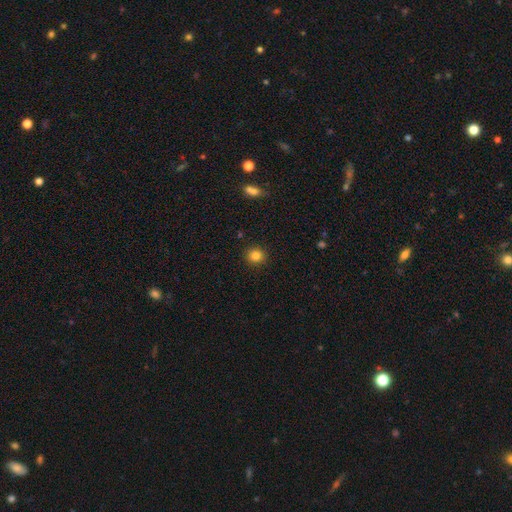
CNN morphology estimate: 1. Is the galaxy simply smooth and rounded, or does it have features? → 83% smooth, 12% star or artifact, 5% featured or disk.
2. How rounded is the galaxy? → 87% round, 12% in between, 1% cigar-shaped.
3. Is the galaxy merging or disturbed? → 91% none, 6% minor disturbance, 2% major disturbance, 1% merger.